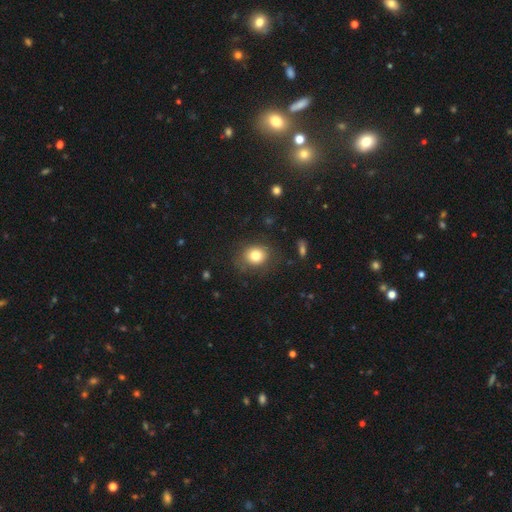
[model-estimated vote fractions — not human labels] Smooth or featured? Predicted: smooth (p=0.79). How rounded? Predicted: round (p=0.71). Merging? Predicted: none (p=0.77).